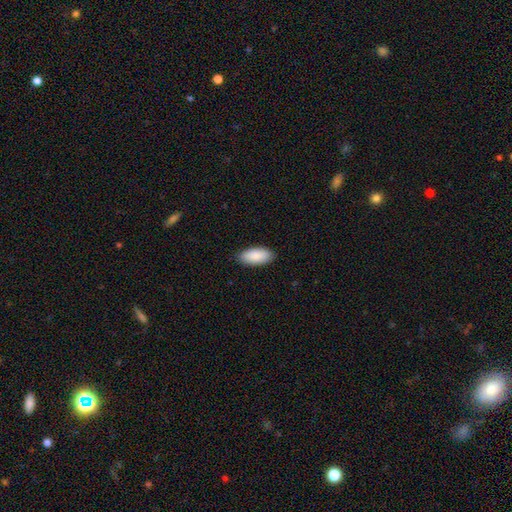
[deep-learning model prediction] smooth-or-featured: smooth: 90% | star or artifact: 5% | featured or disk: 5%
  how-rounded: in between: 91% | cigar-shaped: 8% | round: 2%
  merging: none: 89% | minor disturbance: 9% | major disturbance: 2% | merger: 1%